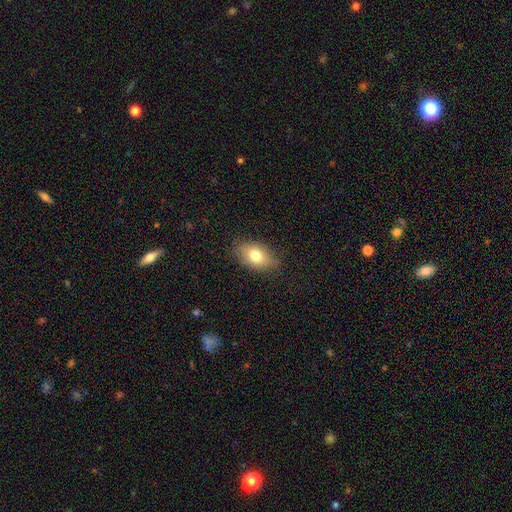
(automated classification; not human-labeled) Smooth or featured: smooth — 74% (featured or disk — 17%)
How rounded: in between — 85% (round — 12%)
Merging: none — 78% (minor disturbance — 17%)